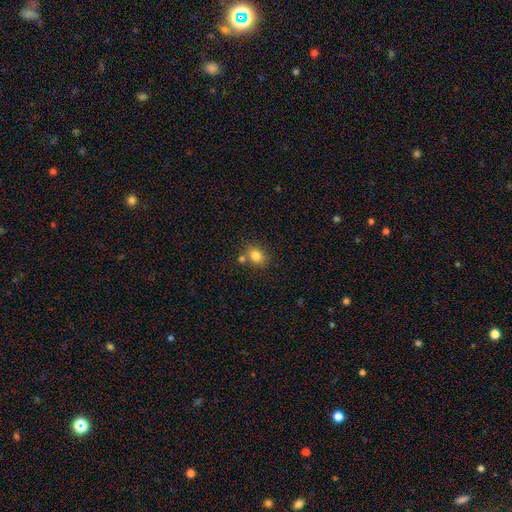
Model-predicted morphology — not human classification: smooth_or_featured: smooth (p=0.82) [alt: star or artifact p=0.11]
how_rounded: in between (p=0.53) [alt: round p=0.45]
merging: none (p=0.64) [alt: merger p=0.20]